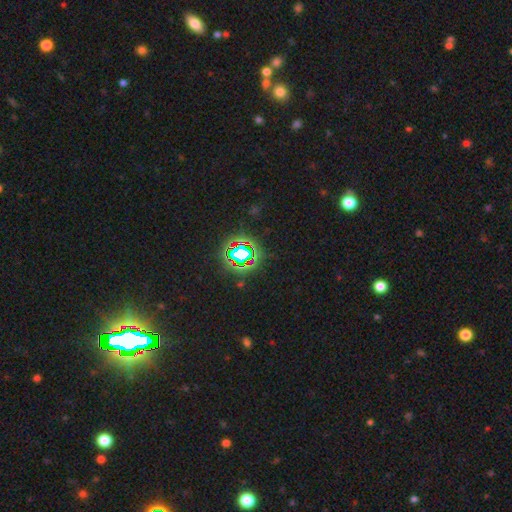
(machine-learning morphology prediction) smooth_or_featured: star or artifact (p=0.80) [alt: smooth p=0.12]